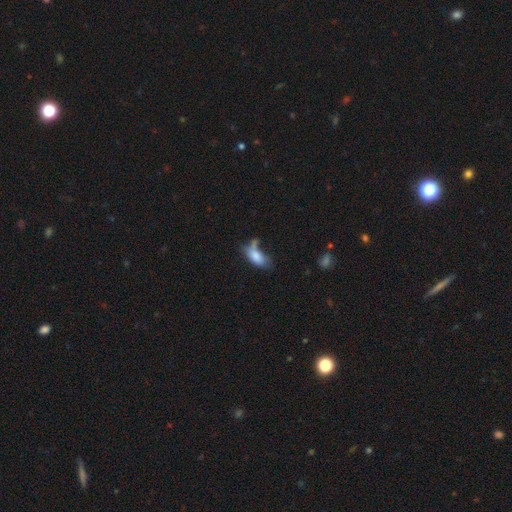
Smooth or featured? smooth (77%)
How rounded? in between (77%)
Merging? none (40%)